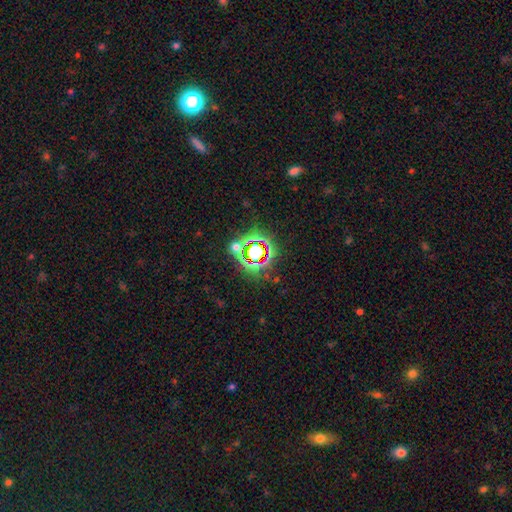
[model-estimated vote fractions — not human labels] smooth-or-featured: star or artifact: 77% | smooth: 14% | featured or disk: 9%